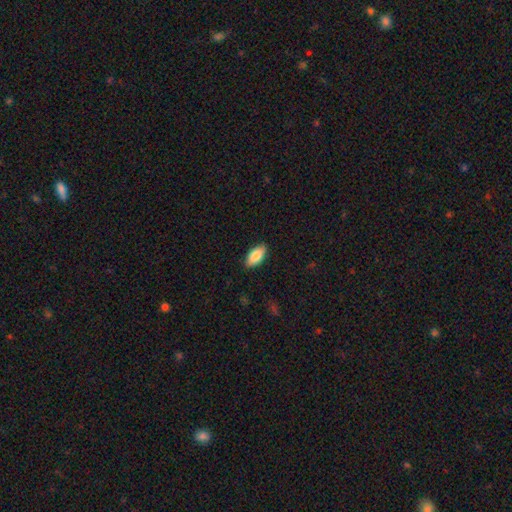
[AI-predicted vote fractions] Smooth or featured? smooth (86%)
How rounded? in between (92%)
Merging? none (89%)